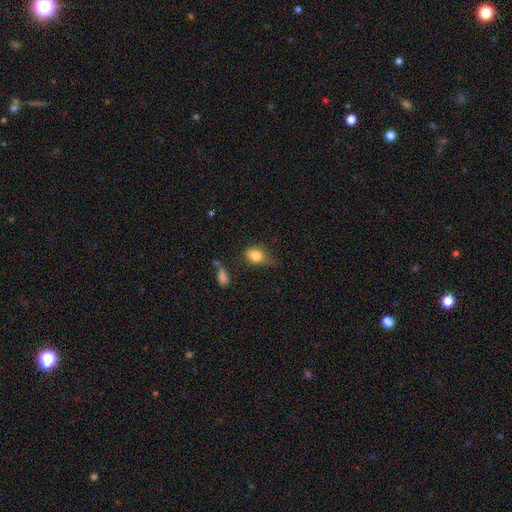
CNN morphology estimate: Smooth or featured?
  - smooth: 80% *
  - featured or disk: 11%
  - star or artifact: 9%
How rounded?
  - in between: 59% *
  - round: 38%
  - cigar-shaped: 2%
Merging?
  - none: 43% *
  - minor disturbance: 37%
  - major disturbance: 15%
  - merger: 4%